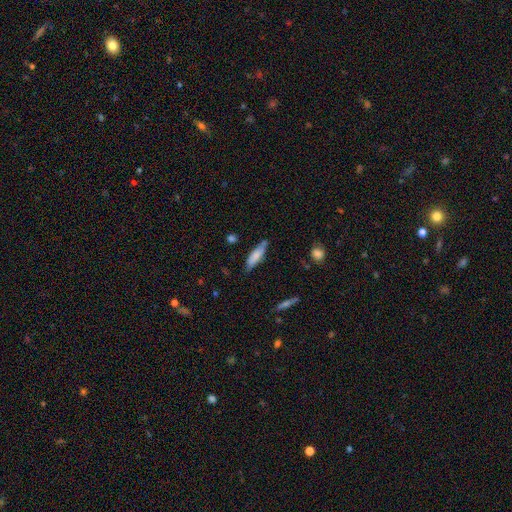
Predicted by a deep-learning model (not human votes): Morphology: type=smooth (74%); roundness=cigar-shaped (63%); merging=none (72%).